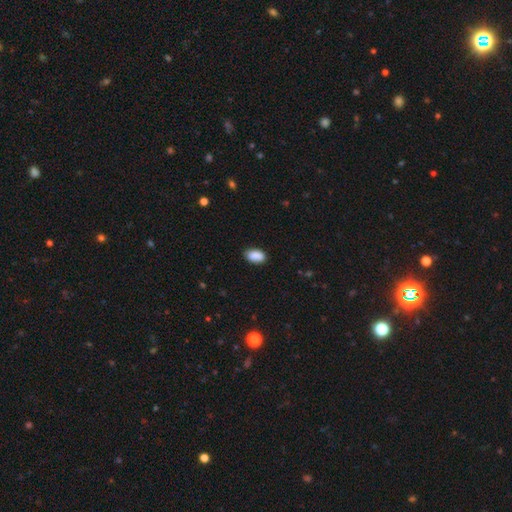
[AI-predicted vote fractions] Smooth or featured? Predicted: smooth (p=0.88). How rounded? Predicted: in between (p=0.92). Merging? Predicted: none (p=0.83).